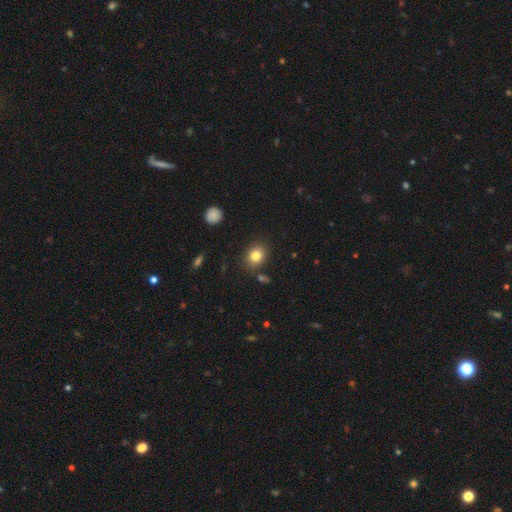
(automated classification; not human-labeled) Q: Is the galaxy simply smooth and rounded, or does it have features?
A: smooth — 81%.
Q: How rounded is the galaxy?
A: round — 55%.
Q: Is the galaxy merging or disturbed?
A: none — 84%.